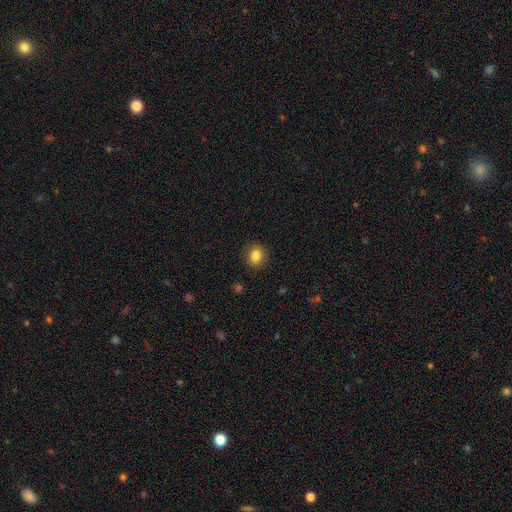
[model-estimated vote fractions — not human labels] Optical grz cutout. It shows a smooth galaxy with no disk features (84%) that is round (53%). Merging: none (89%).